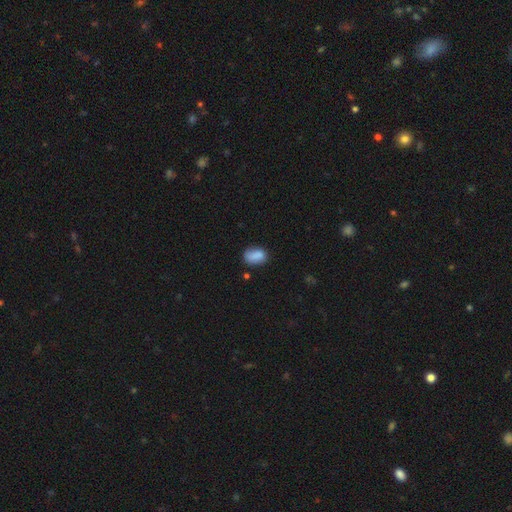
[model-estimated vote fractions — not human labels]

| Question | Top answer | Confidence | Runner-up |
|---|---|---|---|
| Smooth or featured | smooth | 84% | star or artifact (9%) |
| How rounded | in between | 82% | round (16%) |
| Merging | none | 62% | minor disturbance (27%) |